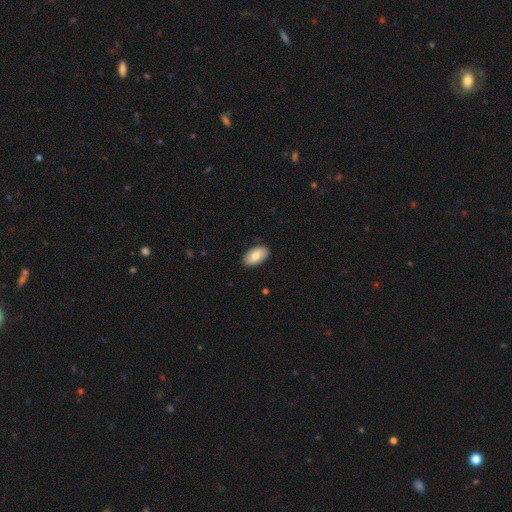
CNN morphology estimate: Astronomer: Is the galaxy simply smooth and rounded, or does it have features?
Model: smooth — 75%.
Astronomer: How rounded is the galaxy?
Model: in between — 95%.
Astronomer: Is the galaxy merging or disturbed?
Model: none — 87%.